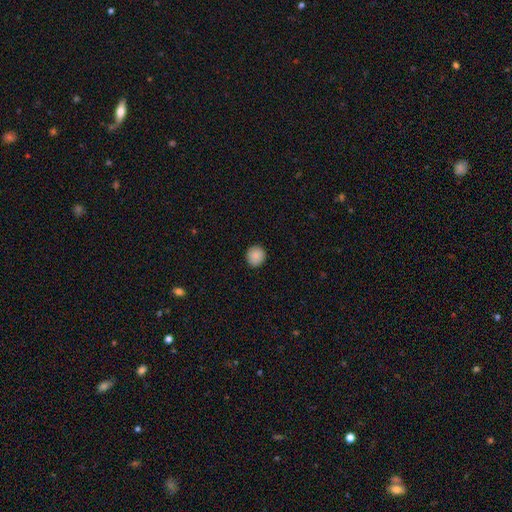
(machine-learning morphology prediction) Q: Smooth or featured?
A: smooth (88%); runner-up: star or artifact (8%)
Q: How rounded?
A: round (88%); runner-up: in between (12%)
Q: Merging?
A: none (91%); runner-up: minor disturbance (7%)